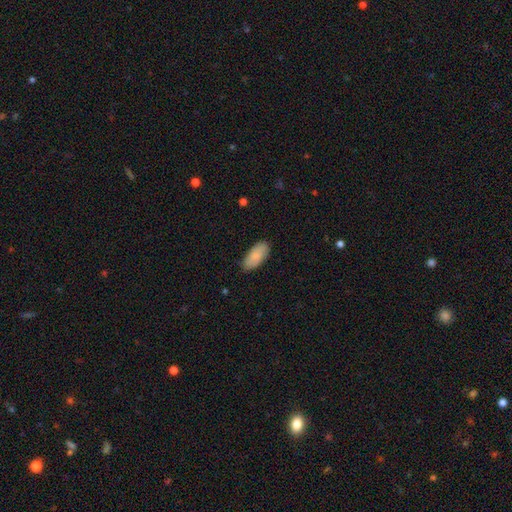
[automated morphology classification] A smooth galaxy with no disk features (85%) that is in between round and cigar-shaped (91%).

Vote fractions:
- Smooth or featured? smooth: 85% / featured or disk: 9% / star or artifact: 6%
- How rounded? in between: 91% / cigar-shaped: 8% / round: 2%
- Merging? none: 83% / minor disturbance: 14% / major disturbance: 2% / merger: 1%